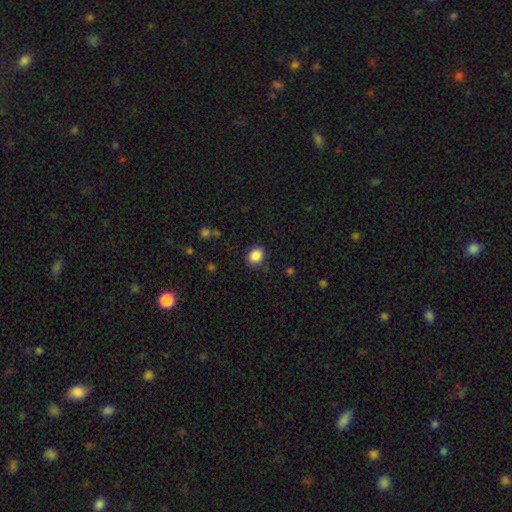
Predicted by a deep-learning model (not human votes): Smooth or featured? Predicted: smooth (p=0.87). How rounded? Predicted: round (p=0.60). Merging? Predicted: none (p=0.83).